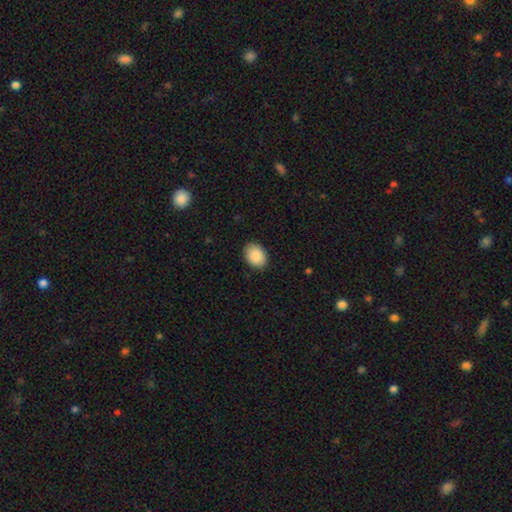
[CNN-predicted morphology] Q: Smooth or featured?
A: smooth (90%); runner-up: star or artifact (6%)
Q: How rounded?
A: in between (76%); runner-up: round (23%)
Q: Merging?
A: none (88%); runner-up: minor disturbance (9%)